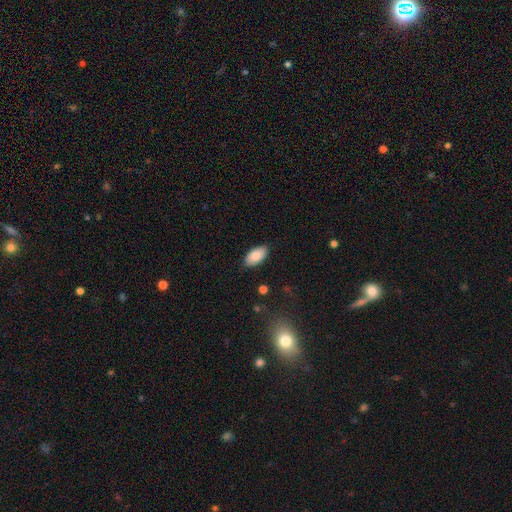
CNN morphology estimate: Q: Smooth or featured?
A: smooth (85%); runner-up: featured or disk (9%)
Q: How rounded?
A: in between (94%); runner-up: cigar-shaped (3%)
Q: Merging?
A: none (86%); runner-up: minor disturbance (11%)